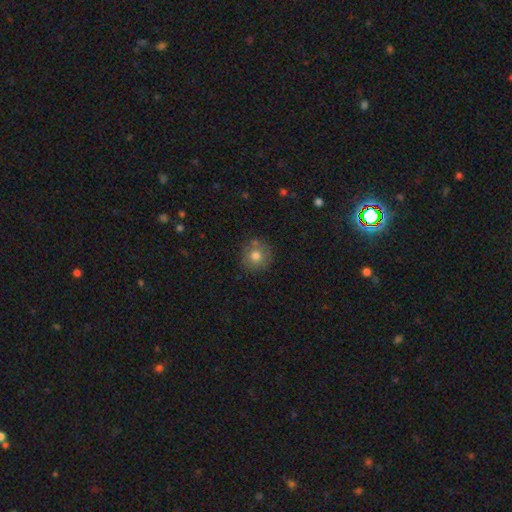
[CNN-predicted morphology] Smooth or featured?
  - smooth: 77% *
  - featured or disk: 12%
  - star or artifact: 11%
How rounded?
  - round: 93% *
  - in between: 6%
  - cigar-shaped: 1%
Merging?
  - none: 80% *
  - minor disturbance: 12%
  - merger: 4%
  - major disturbance: 3%